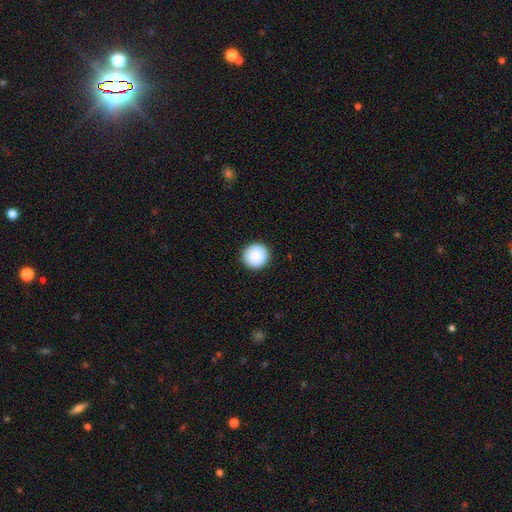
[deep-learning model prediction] A smooth galaxy with no disk features (89%) that is round (96%). Merging: none (93%).